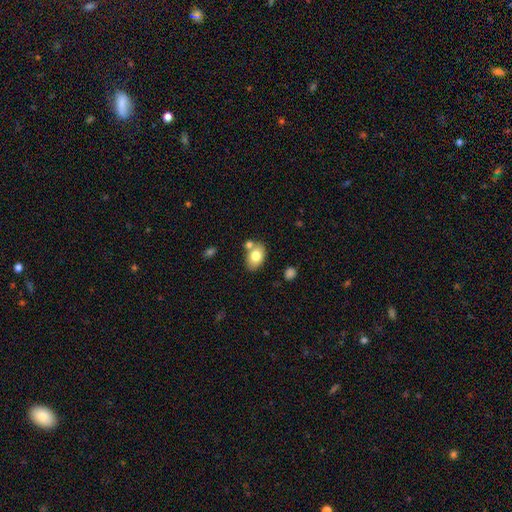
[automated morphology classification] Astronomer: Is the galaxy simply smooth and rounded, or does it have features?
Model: smooth — 75%.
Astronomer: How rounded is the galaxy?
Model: in between — 82%.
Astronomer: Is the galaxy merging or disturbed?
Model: none — 61%.